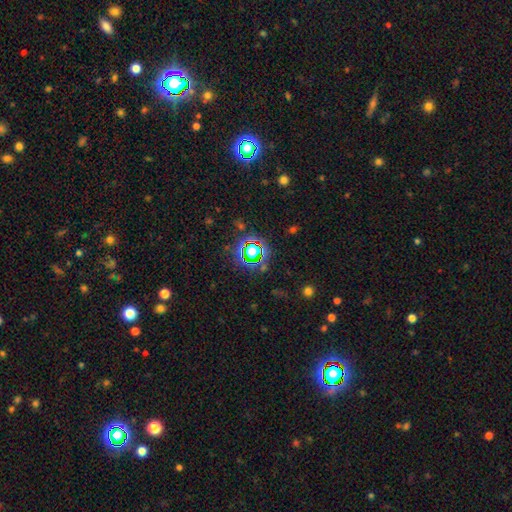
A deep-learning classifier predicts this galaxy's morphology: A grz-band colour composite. It shows a star or artifact, not a galaxy (69%).